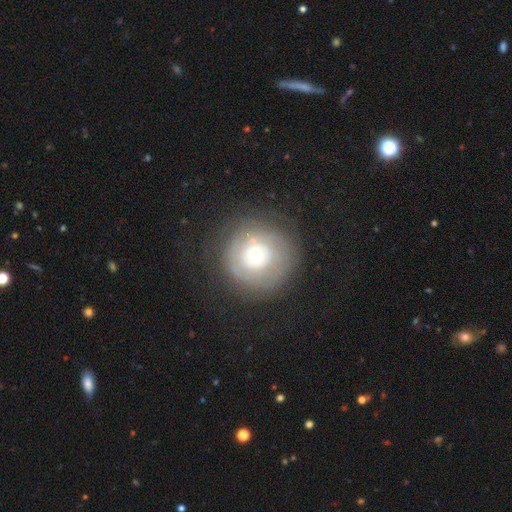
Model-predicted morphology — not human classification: Smooth or featured? featured or disk (58%)
Edge-on disk? no (97%)
Bar? no (90%)
Spiral arms? no (52%)
Bulge size? small (50%)
Merging? none (76%)